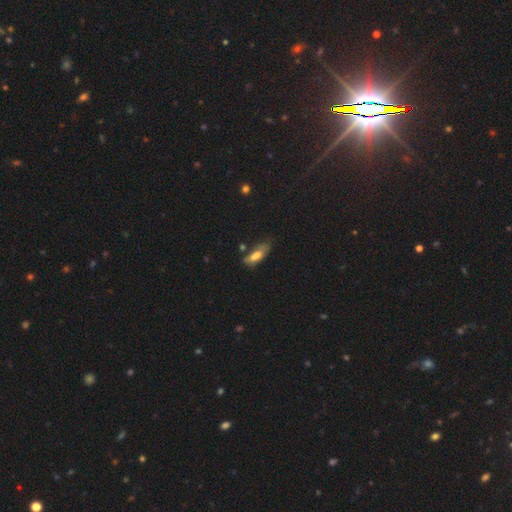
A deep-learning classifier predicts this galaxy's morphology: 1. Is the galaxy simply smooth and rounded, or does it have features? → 70% smooth, 21% featured or disk, 10% star or artifact.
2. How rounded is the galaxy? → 69% in between, 28% cigar-shaped, 3% round.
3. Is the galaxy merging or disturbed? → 43% none, 32% minor disturbance, 17% major disturbance, 8% merger.